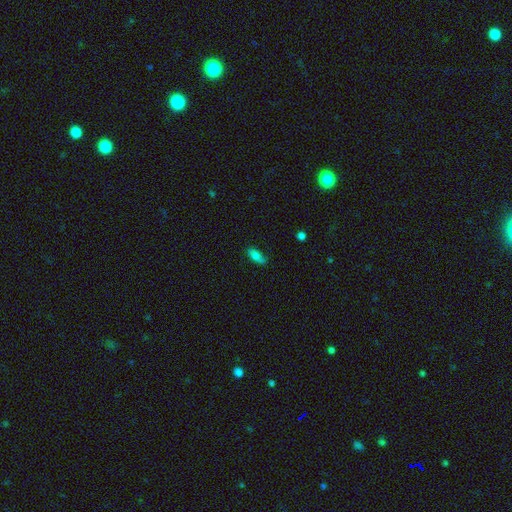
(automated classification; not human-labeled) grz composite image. It shows a smooth galaxy with no disk features (73%) that is in between round and cigar-shaped (78%). Merging: none (72%).